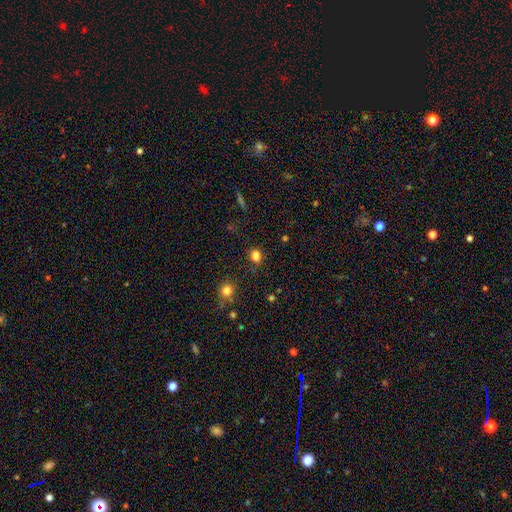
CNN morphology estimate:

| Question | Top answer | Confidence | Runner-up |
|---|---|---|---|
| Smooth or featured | smooth | 82% | star or artifact (14%) |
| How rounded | round | 52% | in between (46%) |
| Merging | none | 82% | minor disturbance (12%) |